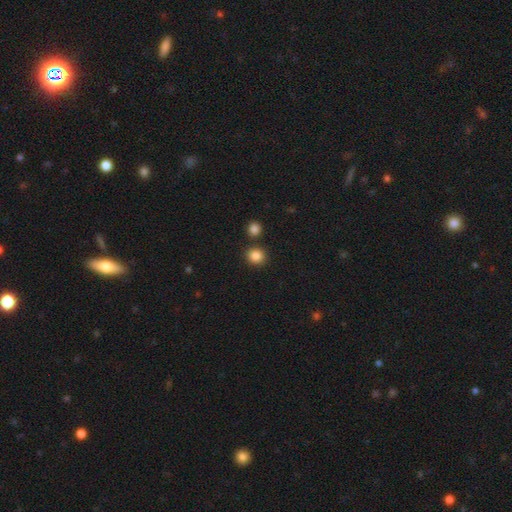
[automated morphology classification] smooth 86%, star or artifact 10%, featured or disk 4%. Down the decision tree: how rounded — round (85%); merging — none (84%).